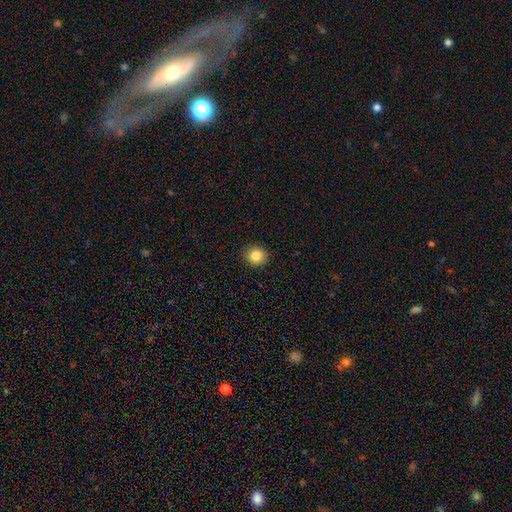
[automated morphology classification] Q: Smooth or featured?
A: smooth (84%); runner-up: star or artifact (10%)
Q: How rounded?
A: round (87%); runner-up: in between (12%)
Q: Merging?
A: none (91%); runner-up: minor disturbance (6%)